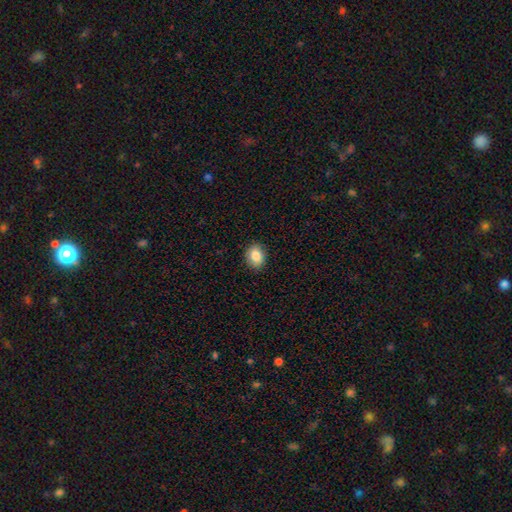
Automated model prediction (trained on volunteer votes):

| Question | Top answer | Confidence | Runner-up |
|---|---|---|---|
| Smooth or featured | smooth | 86% | star or artifact (8%) |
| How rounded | in between | 63% | round (36%) |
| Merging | none | 88% | minor disturbance (9%) |